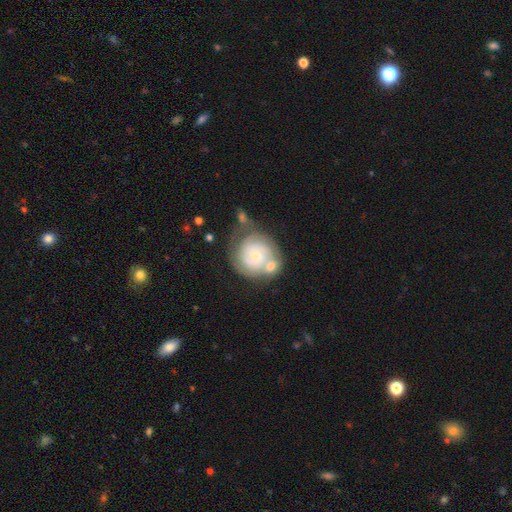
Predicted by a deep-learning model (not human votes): Morphology: type=featured or disk (73%); edge-on=no (98%); bar=no (80%); spiral arms=yes (82%); winding=tight (76%); arm count=2 (42%); bulge=moderate (51%); merging=none (41%).